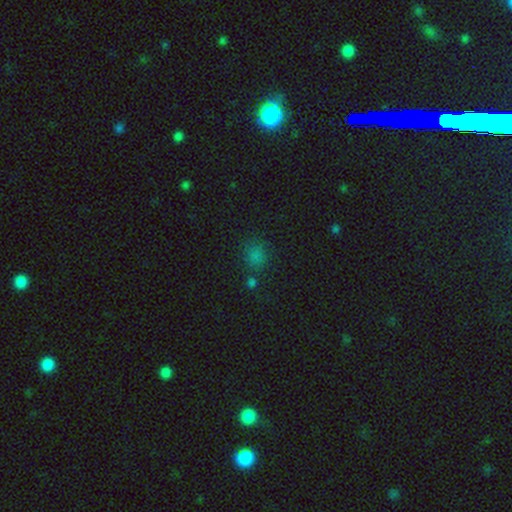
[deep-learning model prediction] The model was most divided on "smooth or featured": smooth: 72%, star or artifact: 23%, featured or disk: 5%. More confident: how rounded — round (74%); merging — none (70%).